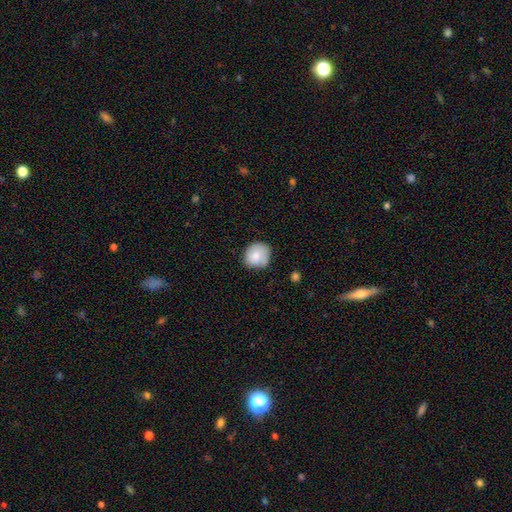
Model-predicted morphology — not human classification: The model was most divided on "merging": none: 63%, minor disturbance: 29%, major disturbance: 6%, merger: 3%. More confident: how rounded — round (79%); smooth or featured — smooth (78%).